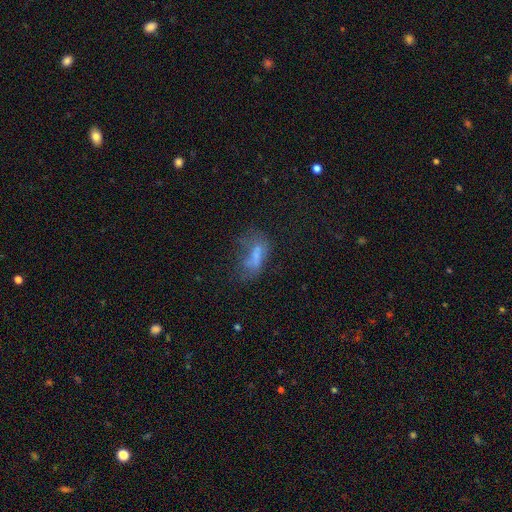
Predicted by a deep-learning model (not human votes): Smooth or featured?
  - smooth: 51% *
  - featured or disk: 32%
  - star or artifact: 17%
How rounded?
  - in between: 74% *
  - cigar-shaped: 20%
  - round: 6%
Merging?
  - major disturbance: 35% *
  - none: 31%
  - minor disturbance: 23%
  - merger: 12%